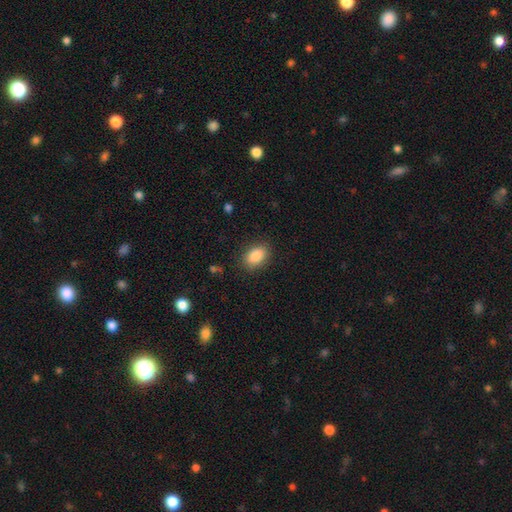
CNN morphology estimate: This appears to be a smooth galaxy with no disk features (87%) that is in between round and cigar-shaped (86%). Merging: none (86%).